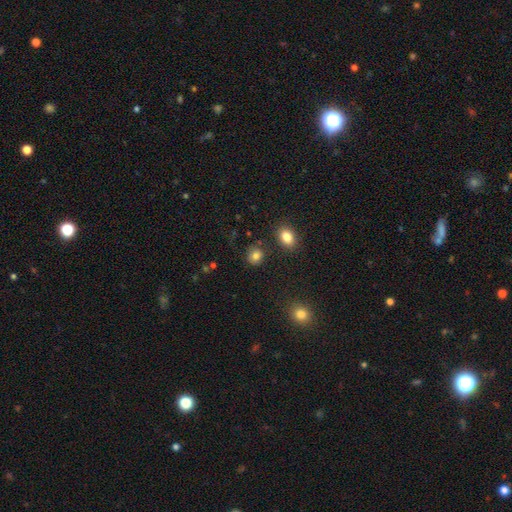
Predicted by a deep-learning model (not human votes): Smooth or featured? Predicted: smooth (p=0.82). How rounded? Predicted: round (p=0.74). Merging? Predicted: none (p=0.82).